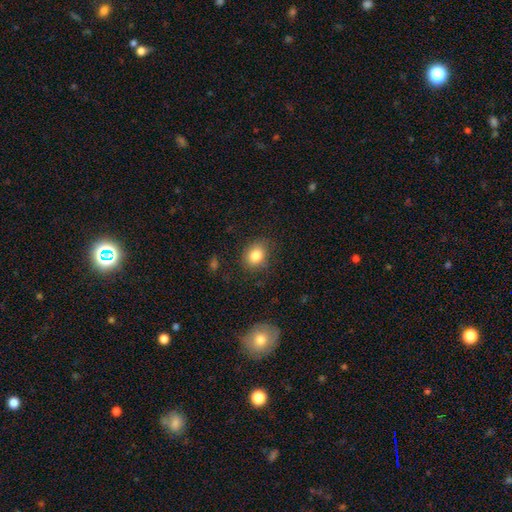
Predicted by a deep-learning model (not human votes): A smooth galaxy with no disk features (83%) that is round (58%). Merging: none (81%).